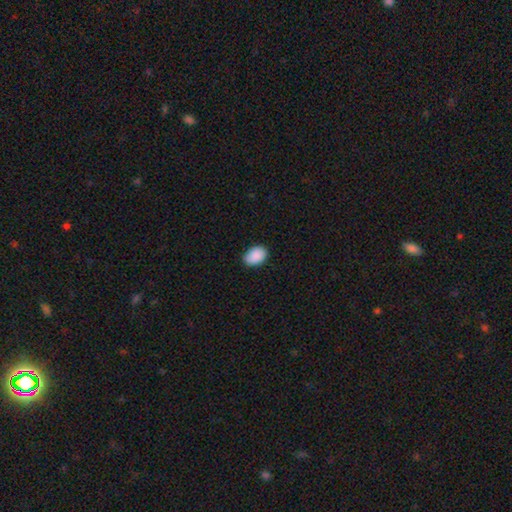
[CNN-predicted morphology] This appears to be a smooth galaxy with no disk features (90%) that is in between round and cigar-shaped (86%). Merging: none (83%).